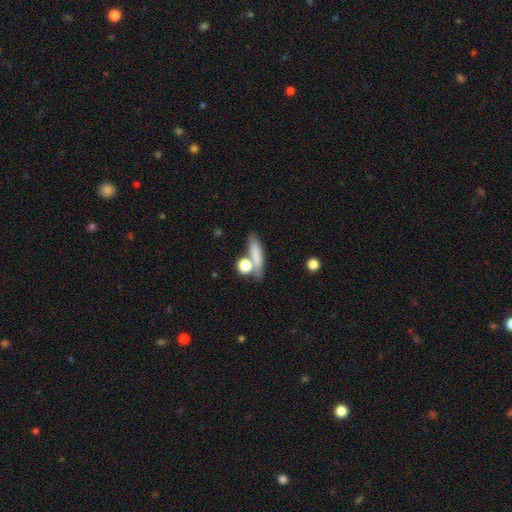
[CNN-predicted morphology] Smooth or featured? Predicted: smooth (p=0.75). How rounded? Predicted: cigar-shaped (p=0.58). Merging? Predicted: none (p=0.60).